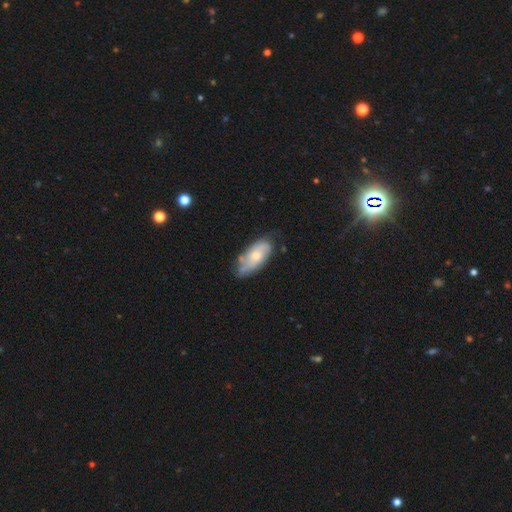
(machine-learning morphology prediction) This appears to be a featured or disk galaxy (54%). Merging: none (61%).